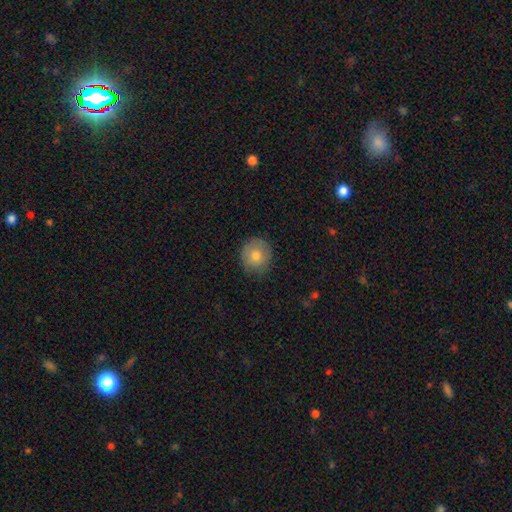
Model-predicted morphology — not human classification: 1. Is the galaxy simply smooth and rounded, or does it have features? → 75% smooth, 17% featured or disk, 8% star or artifact.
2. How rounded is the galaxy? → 89% round, 10% in between, 1% cigar-shaped.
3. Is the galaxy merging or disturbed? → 81% none, 15% minor disturbance, 3% major disturbance, 1% merger.